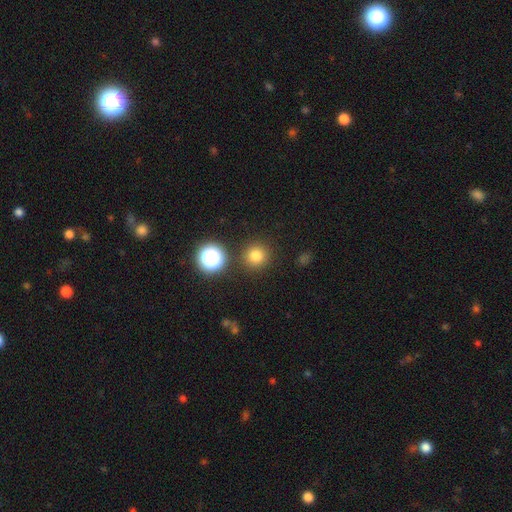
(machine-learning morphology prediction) smooth-or-featured: smooth: 77% | star or artifact: 17% | featured or disk: 6%
  how-rounded: round: 94% | in between: 5% | cigar-shaped: 1%
  merging: none: 87% | minor disturbance: 6% | merger: 4% | major disturbance: 3%